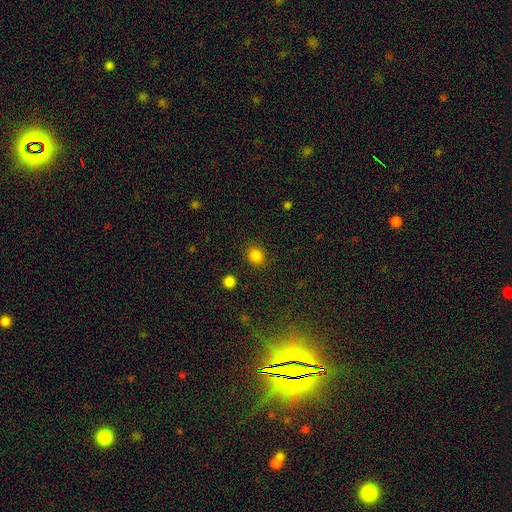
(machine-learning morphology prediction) Smooth or featured? Predicted: smooth (p=0.84). How rounded? Predicted: round (p=0.63). Merging? Predicted: none (p=0.87).